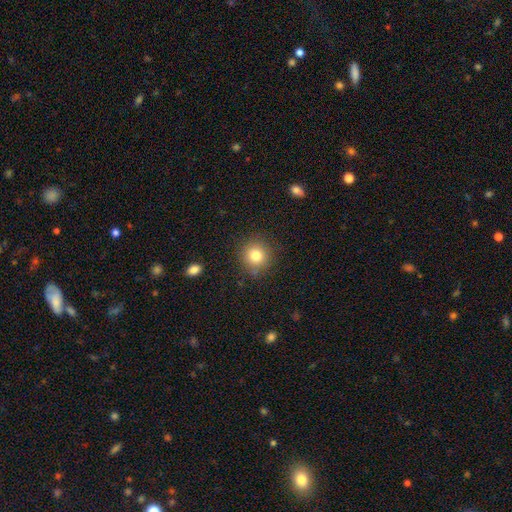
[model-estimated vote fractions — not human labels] A smooth galaxy with no disk features (81%) that is round (91%).

Vote fractions:
- Smooth or featured? smooth: 81% / star or artifact: 12% / featured or disk: 8%
- How rounded? round: 91% / in between: 8% / cigar-shaped: 1%
- Merging? none: 86% / minor disturbance: 9% / major disturbance: 3% / merger: 2%